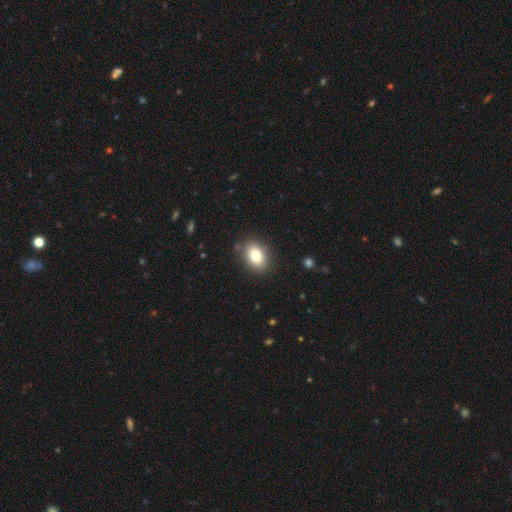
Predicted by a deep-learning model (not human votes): Morphology: type=smooth (80%); roundness=in between (73%); merging=none (85%).